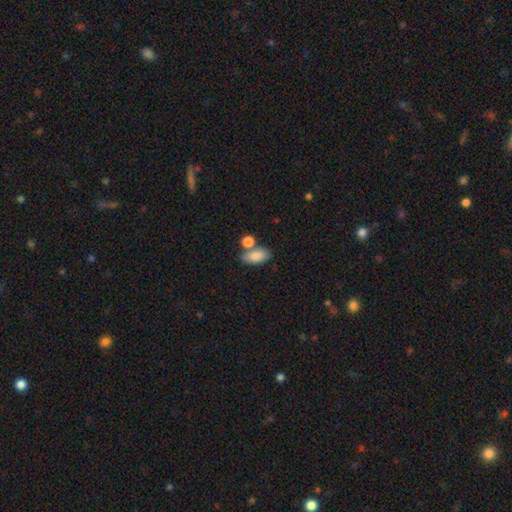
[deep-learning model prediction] Overall: smooth (82%). How rounded: in between (89%). Merging: none (56%; merger 25%).